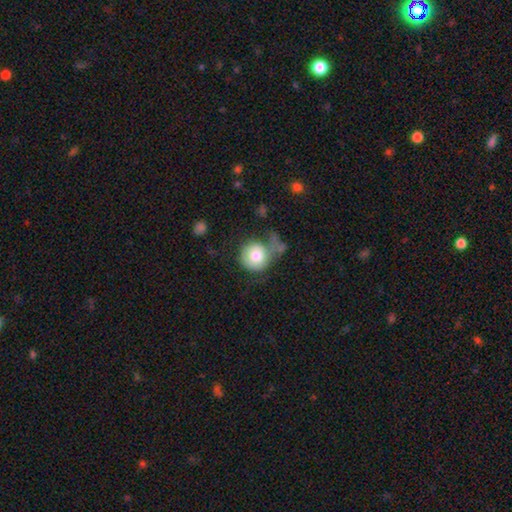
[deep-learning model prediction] smooth 77%, featured or disk 16%, star or artifact 7%. Down the decision tree: how rounded — round (90%); merging — none (38%).